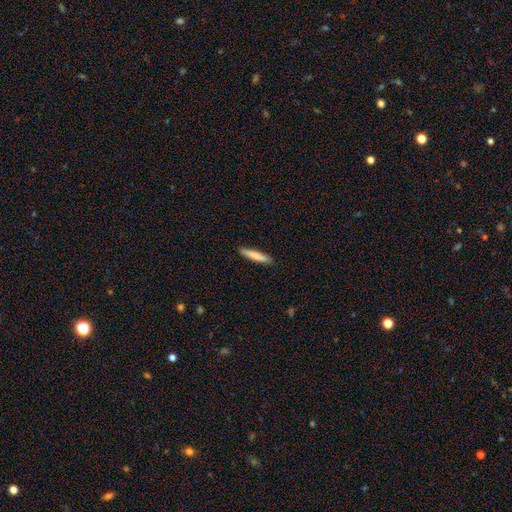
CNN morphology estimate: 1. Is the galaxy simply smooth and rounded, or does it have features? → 77% smooth, 18% featured or disk, 5% star or artifact.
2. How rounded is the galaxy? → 92% cigar-shaped, 7% in between, 1% round.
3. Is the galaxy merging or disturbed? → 91% none, 7% minor disturbance, 1% major disturbance, 1% merger.